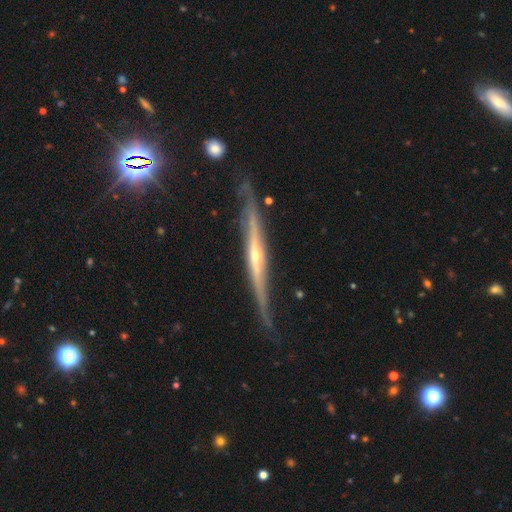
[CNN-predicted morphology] Smooth or featured: featured or disk — 83% (smooth — 11%)
Edge-on disk: yes — 94% (no — 6%)
Edge-on bulge: rounded — 71% (none — 25%)
Merging: none — 73% (minor disturbance — 21%)